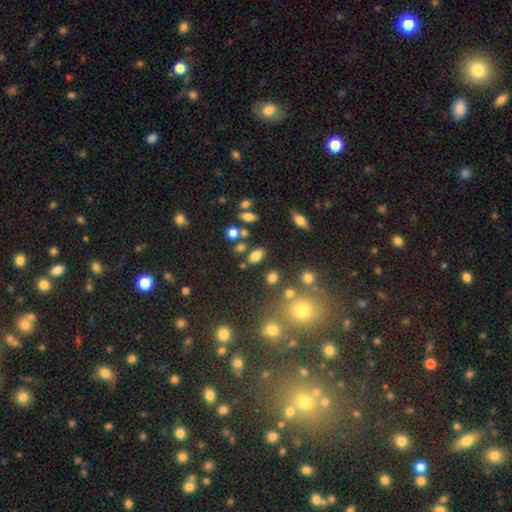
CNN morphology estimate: Smooth or featured: smooth — 76% (star or artifact — 14%)
How rounded: in between — 86% (round — 11%)
Merging: none — 75% (minor disturbance — 12%)